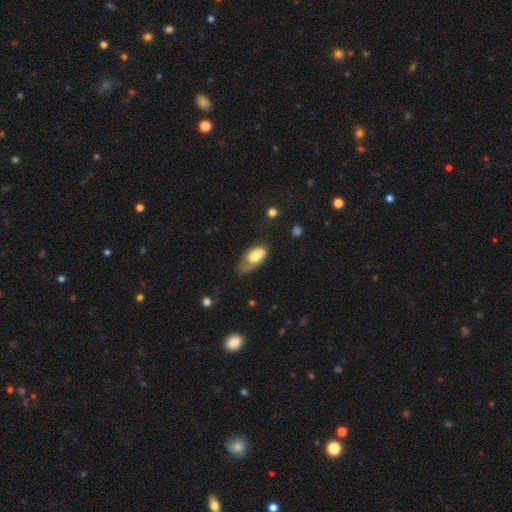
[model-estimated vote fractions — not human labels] Smooth or featured: smooth — 59% (featured or disk — 34%)
How rounded: in between — 91% (cigar-shaped — 5%)
Merging: minor disturbance — 36% (none — 34%)